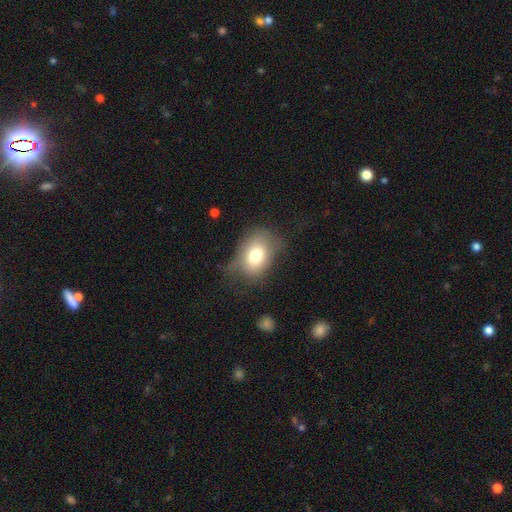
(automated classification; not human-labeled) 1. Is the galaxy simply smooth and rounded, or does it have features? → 73% smooth, 17% featured or disk, 10% star or artifact.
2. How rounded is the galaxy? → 69% in between, 30% round, 1% cigar-shaped.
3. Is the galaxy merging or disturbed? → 52% none, 31% minor disturbance, 15% major disturbance, 2% merger.